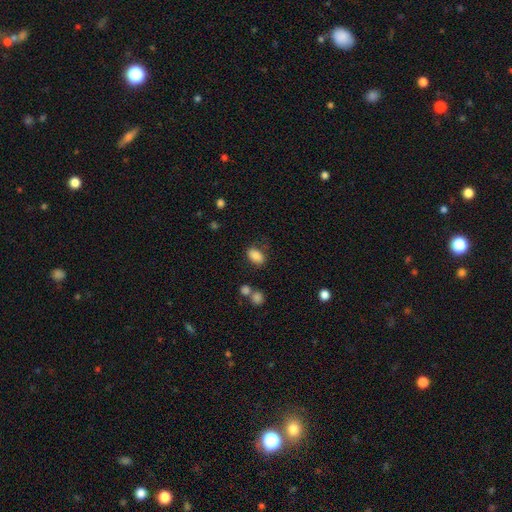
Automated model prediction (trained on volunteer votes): This is clearly a smooth galaxy (86%). How rounded: clearly in between (88%). Merging: likely none (72%).